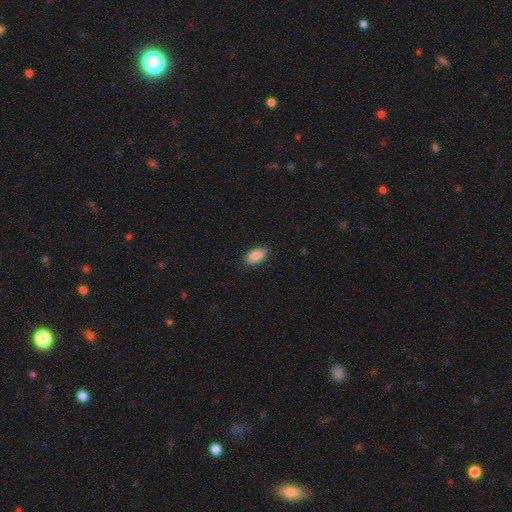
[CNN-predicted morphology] Smooth or featured: smooth — 90% (star or artifact — 7%)
How rounded: in between — 92% (cigar-shaped — 6%)
Merging: none — 88% (minor disturbance — 9%)